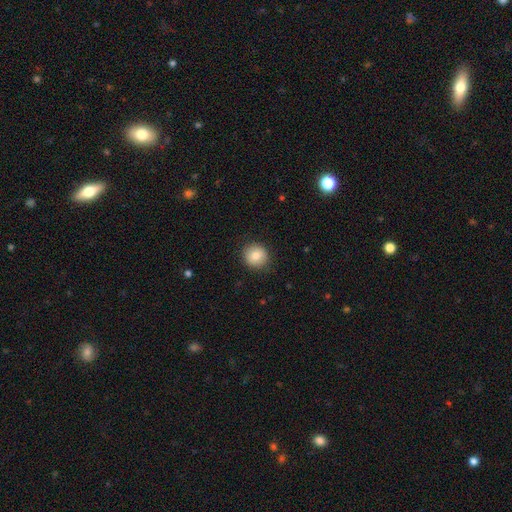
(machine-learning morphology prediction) Smooth or featured? Predicted: smooth (p=0.84). How rounded? Predicted: round (p=0.89). Merging? Predicted: none (p=0.88).